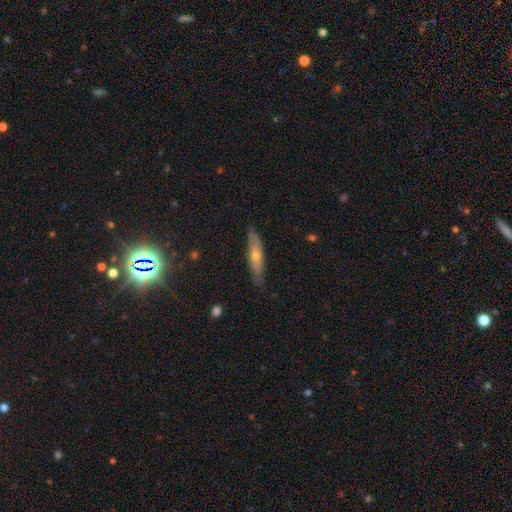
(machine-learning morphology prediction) Smooth or featured: featured or disk — 49% (smooth — 44%)
Merging: none — 84% (minor disturbance — 13%)